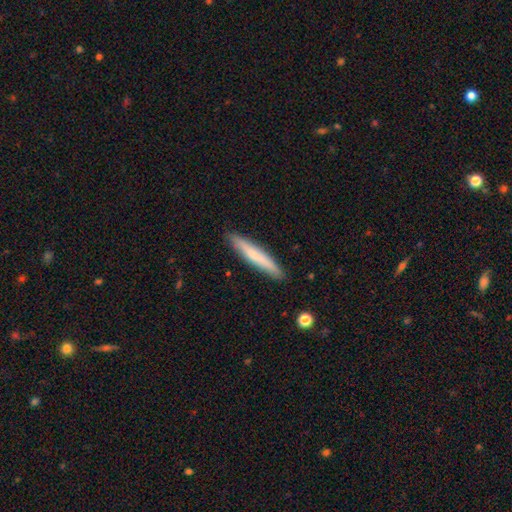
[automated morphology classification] Smooth or featured: smooth — 64% (featured or disk — 30%)
How rounded: cigar-shaped — 94% (in between — 5%)
Merging: none — 90% (minor disturbance — 7%)